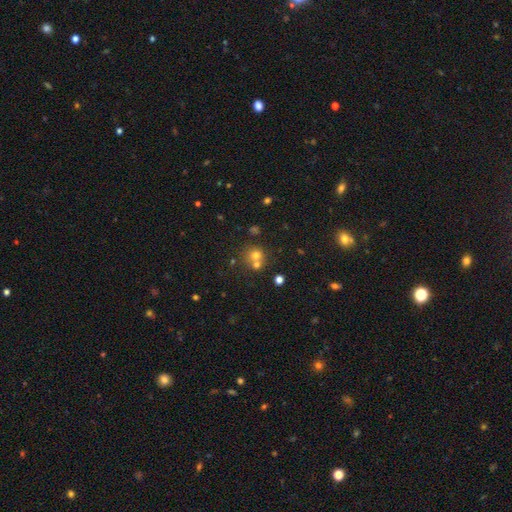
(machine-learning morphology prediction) Smooth or featured? smooth (66%)
How rounded? round (86%)
Merging? none (47%)